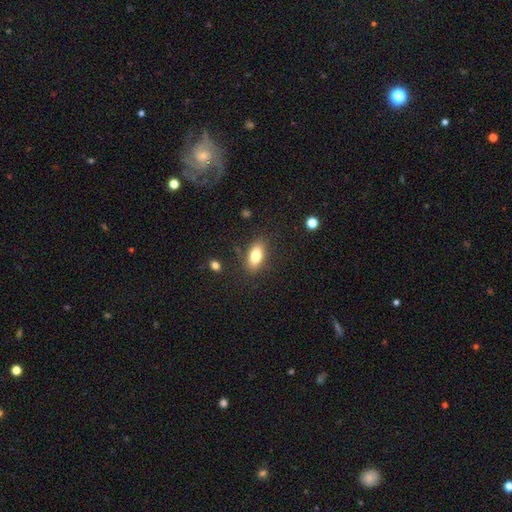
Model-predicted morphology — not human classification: A smooth galaxy with no disk features (80%) that is in between round and cigar-shaped (87%).

Vote fractions:
- Smooth or featured? smooth: 80% / featured or disk: 12% / star or artifact: 8%
- How rounded? in between: 87% / cigar-shaped: 8% / round: 5%
- Merging? none: 83% / minor disturbance: 11% / major disturbance: 3% / merger: 2%